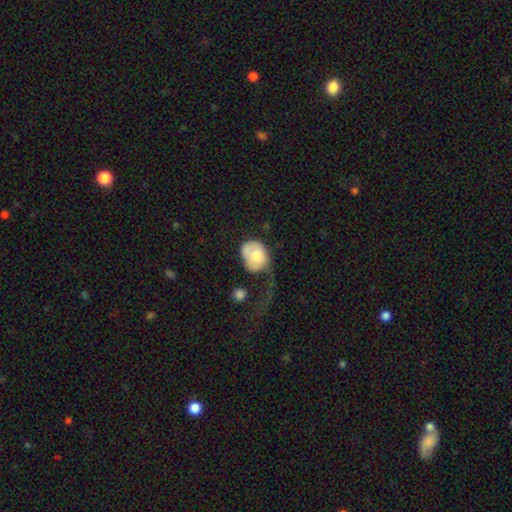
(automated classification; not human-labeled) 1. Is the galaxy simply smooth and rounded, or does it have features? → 64% smooth, 30% featured or disk, 6% star or artifact.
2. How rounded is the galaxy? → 52% in between, 47% round, 1% cigar-shaped.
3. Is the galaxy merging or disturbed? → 49% major disturbance, 25% minor disturbance, 20% none, 6% merger.